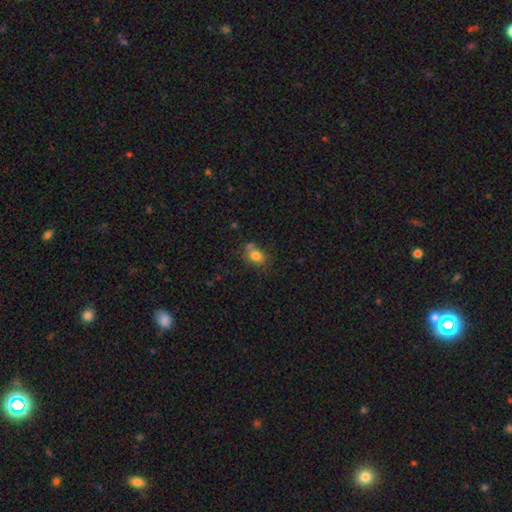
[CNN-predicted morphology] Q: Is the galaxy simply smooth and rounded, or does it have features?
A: smooth — 79%.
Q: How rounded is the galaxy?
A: in between — 52%.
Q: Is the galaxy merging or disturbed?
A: none — 57%.